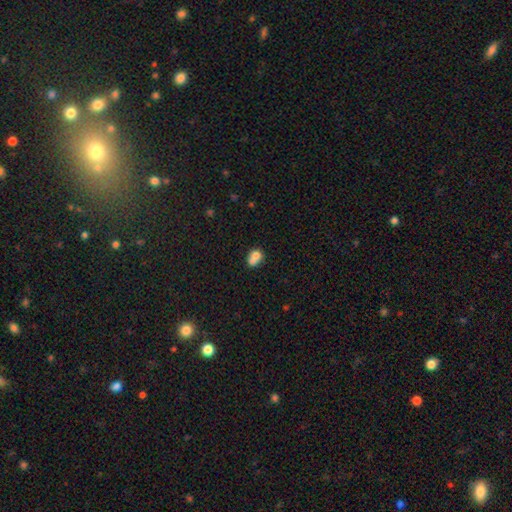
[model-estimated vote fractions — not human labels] Smooth or featured? Predicted: smooth (p=0.71). How rounded? Predicted: round (p=0.63). Merging? Predicted: merger (p=0.64).